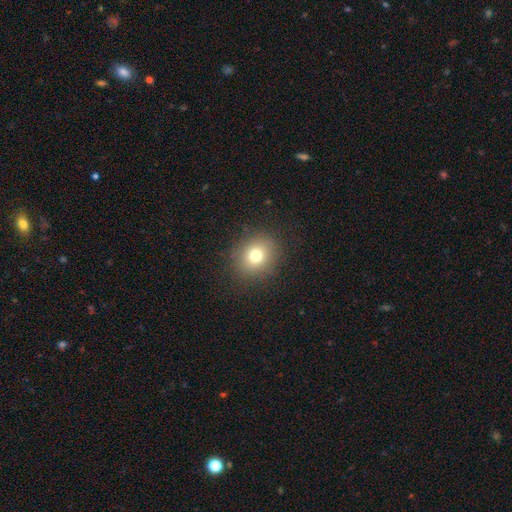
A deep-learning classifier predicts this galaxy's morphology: smooth-or-featured: smooth: 76% | star or artifact: 14% | featured or disk: 10%
  how-rounded: round: 76% | in between: 23% | cigar-shaped: 1%
  merging: none: 88% | minor disturbance: 8% | major disturbance: 3% | merger: 1%